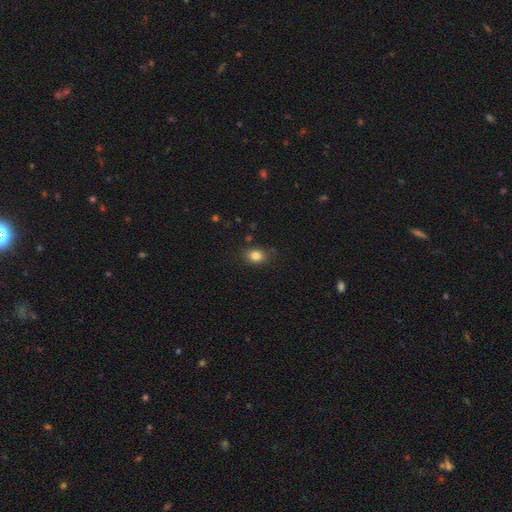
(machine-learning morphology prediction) This appears to be a smooth galaxy with no disk features (82%) that is in between round and cigar-shaped (51%). Merging: none (84%).